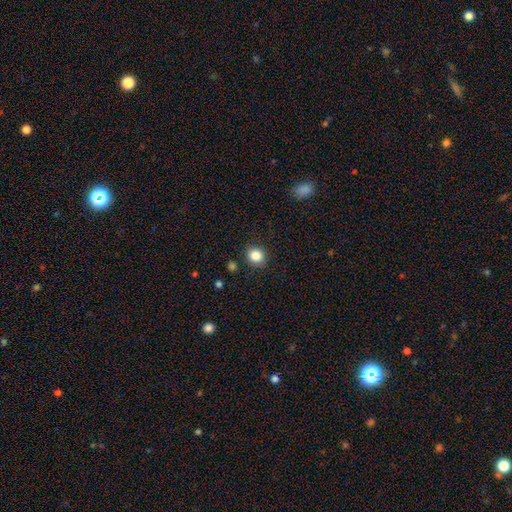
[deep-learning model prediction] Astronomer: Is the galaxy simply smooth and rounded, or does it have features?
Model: smooth — 84%.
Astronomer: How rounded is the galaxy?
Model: round — 79%.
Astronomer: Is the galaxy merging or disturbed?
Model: none — 87%.